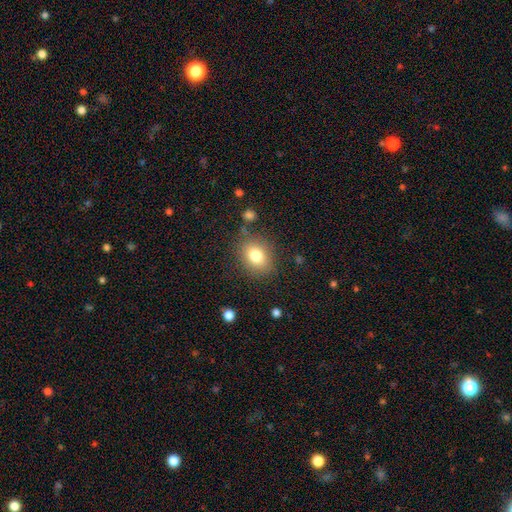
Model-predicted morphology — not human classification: type=smooth (79%); roundness=in between (52%); merging=none (80%).